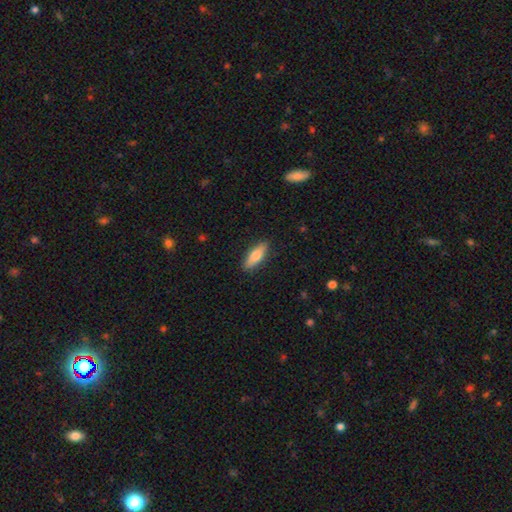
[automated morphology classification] smooth_or_featured: smooth (p=0.70) [alt: featured or disk p=0.24]
how_rounded: in between (p=0.52) [alt: cigar-shaped p=0.46]
merging: none (p=0.89) [alt: minor disturbance p=0.08]